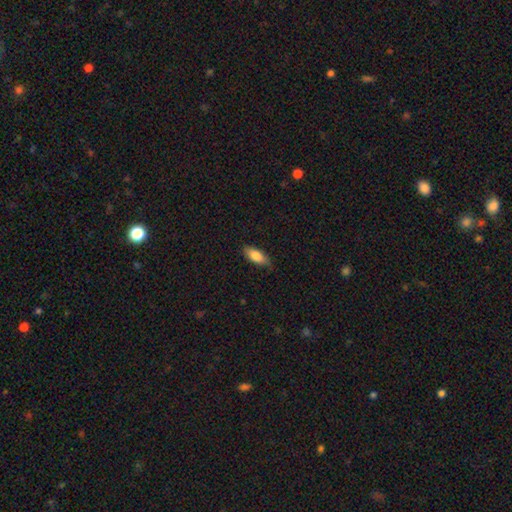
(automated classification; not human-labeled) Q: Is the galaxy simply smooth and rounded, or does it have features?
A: smooth — 82%.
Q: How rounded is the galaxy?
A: in between — 82%.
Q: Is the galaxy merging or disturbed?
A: none — 76%.